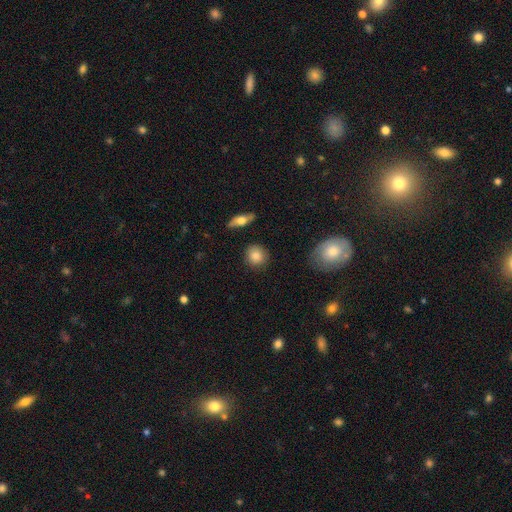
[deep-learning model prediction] Smooth or featured? smooth (84%)
How rounded? round (85%)
Merging? none (86%)